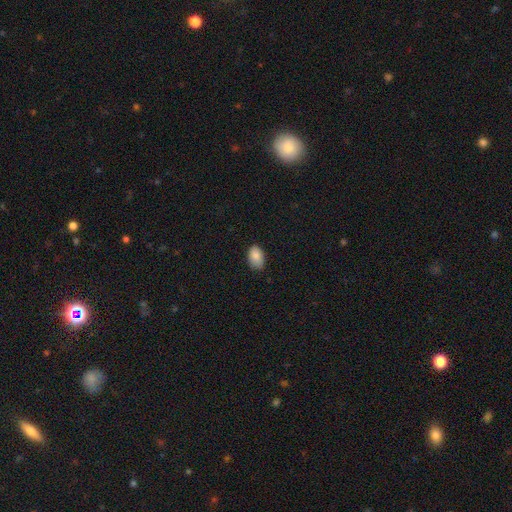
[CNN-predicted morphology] A smooth galaxy with no disk features (87%) that is in between round and cigar-shaped (89%). Merging: none (72%).